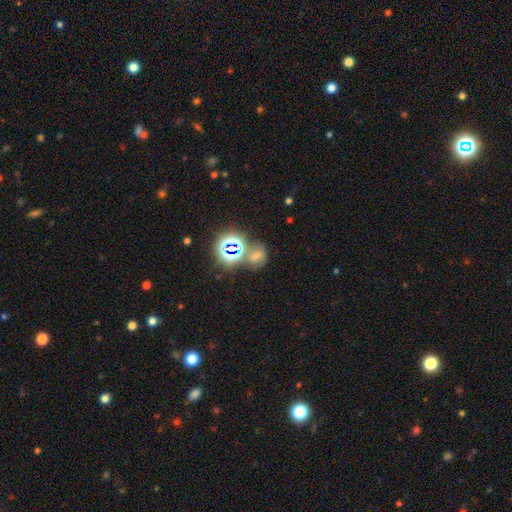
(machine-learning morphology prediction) smooth-or-featured: smooth: 45% | star or artifact: 43% | featured or disk: 13%
  merging: none: 55% | merger: 23% | minor disturbance: 15% | major disturbance: 8%